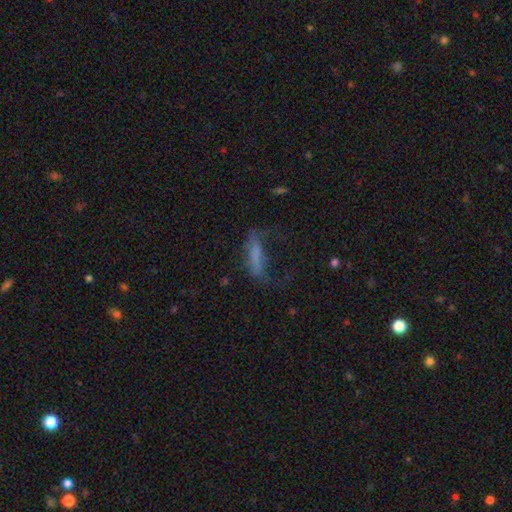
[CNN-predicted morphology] smooth-or-featured: smooth: 58% | featured or disk: 29% | star or artifact: 14%
  how-rounded: cigar-shaped: 61% | in between: 36% | round: 3%
  merging: major disturbance: 38% | none: 34% | minor disturbance: 24% | merger: 4%